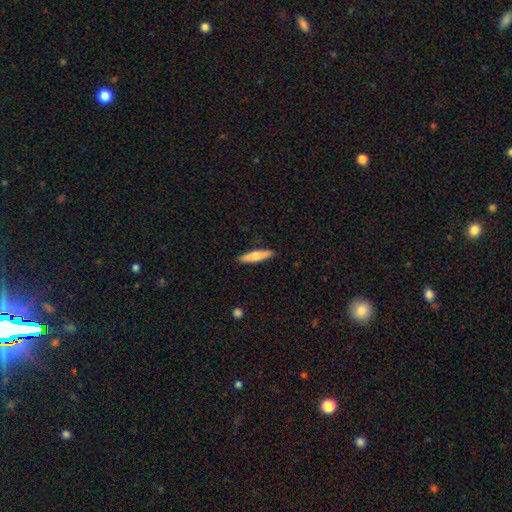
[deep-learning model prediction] Smooth or featured?
  - smooth: 64% *
  - featured or disk: 31%
  - star or artifact: 5%
How rounded?
  - cigar-shaped: 80% *
  - in between: 18%
  - round: 2%
Merging?
  - none: 90% *
  - minor disturbance: 7%
  - major disturbance: 2%
  - merger: 1%